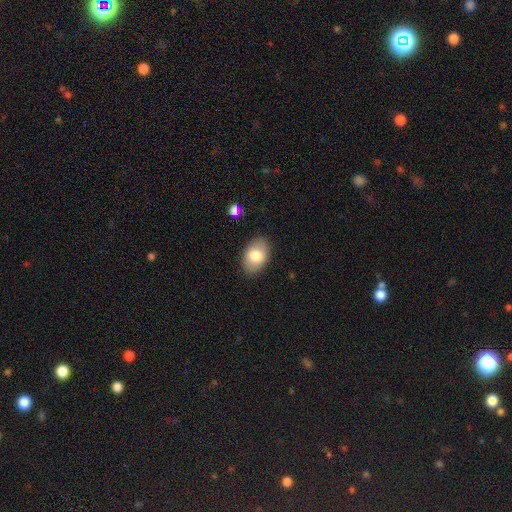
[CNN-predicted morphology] This is likely a smooth galaxy (79%). How rounded: clearly in between (88%). Merging: clearly none (86%).